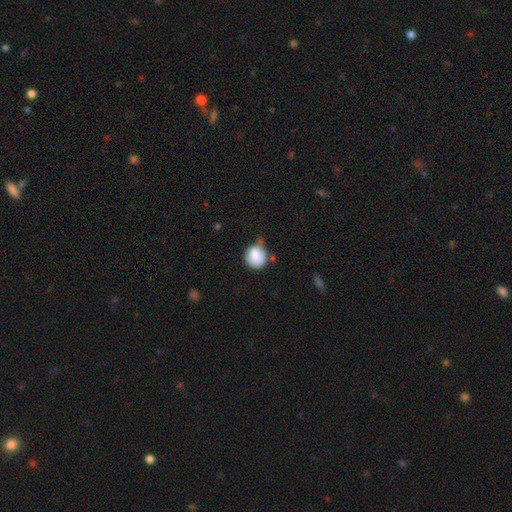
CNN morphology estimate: Smooth or featured?
  - smooth: 83% *
  - featured or disk: 9%
  - star or artifact: 8%
How rounded?
  - round: 82% *
  - in between: 17%
  - cigar-shaped: 1%
Merging?
  - none: 43% *
  - minor disturbance: 39%
  - major disturbance: 11%
  - merger: 7%